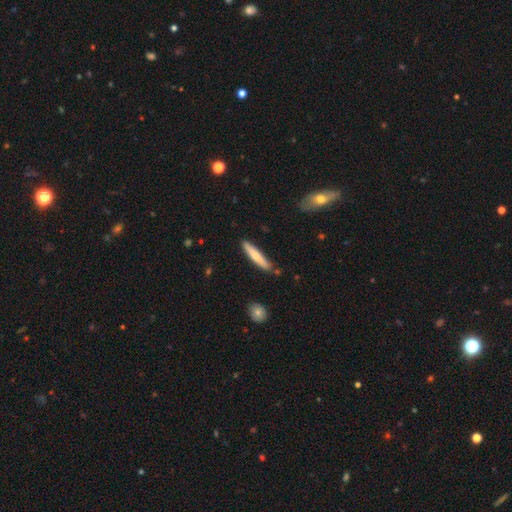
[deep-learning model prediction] The model was most divided on "smooth or featured": smooth: 63%, featured or disk: 32%, star or artifact: 5%. More confident: how rounded — cigar-shaped (91%); merging — none (85%).